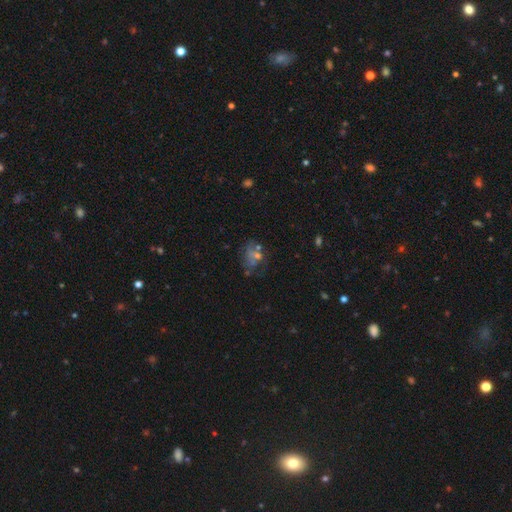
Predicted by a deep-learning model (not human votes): Q: Smooth or featured?
A: featured or disk (36%); runner-up: smooth (34%)
Q: Merging?
A: none (46%); runner-up: major disturbance (22%)